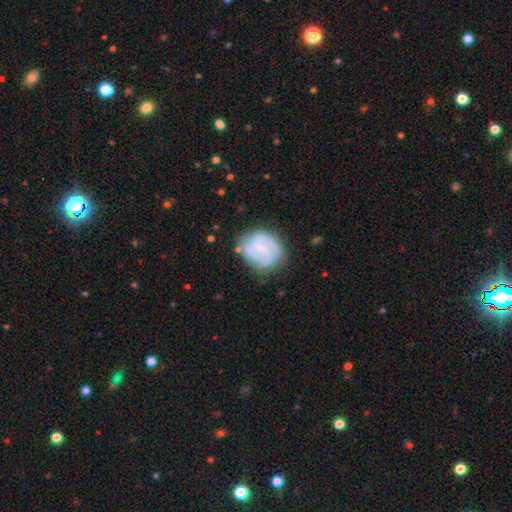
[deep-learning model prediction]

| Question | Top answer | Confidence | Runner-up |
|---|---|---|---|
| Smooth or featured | featured or disk | 70% | smooth (24%) |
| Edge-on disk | no | 98% | yes (2%) |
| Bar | weak | 50% | no (38%) |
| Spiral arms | yes | 84% | no (16%) |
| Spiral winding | tight | 49% | medium (39%) |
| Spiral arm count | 2 | 58% | can't tell (23%) |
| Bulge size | small | 61% | moderate (24%) |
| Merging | none | 69% | minor disturbance (21%) |